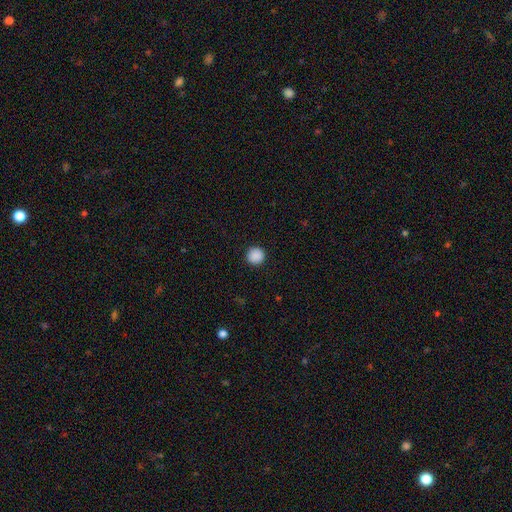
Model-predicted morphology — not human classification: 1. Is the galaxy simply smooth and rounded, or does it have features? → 89% smooth, 9% star or artifact, 2% featured or disk.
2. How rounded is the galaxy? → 95% round, 4% in between, 1% cigar-shaped.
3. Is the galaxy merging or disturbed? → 93% none, 4% minor disturbance, 2% major disturbance, 1% merger.